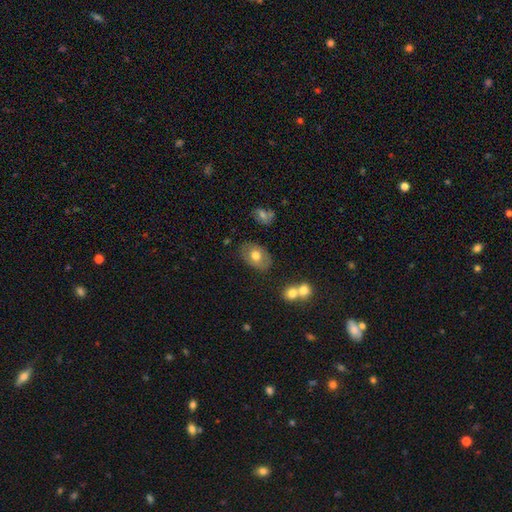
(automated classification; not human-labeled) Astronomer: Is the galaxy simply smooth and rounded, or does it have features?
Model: smooth — 63%.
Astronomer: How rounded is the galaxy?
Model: in between — 83%.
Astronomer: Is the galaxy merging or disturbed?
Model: none — 75%.